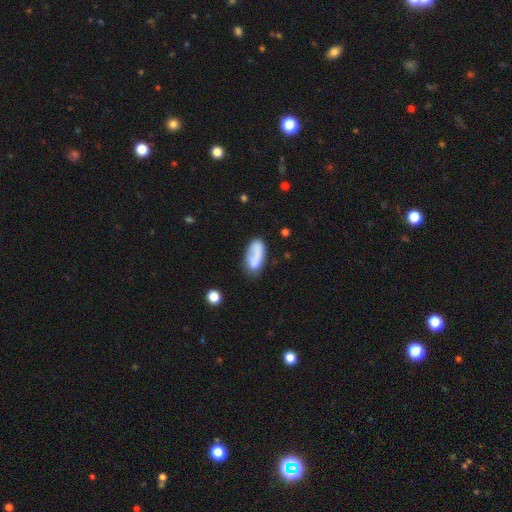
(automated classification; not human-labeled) Morphology: type=smooth (74%); roundness=in between (89%); merging=none (55%).